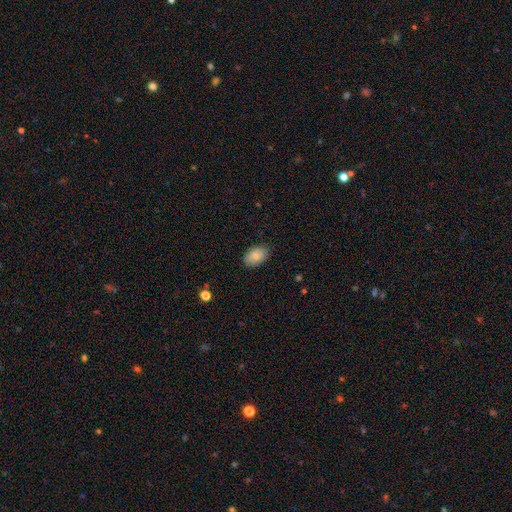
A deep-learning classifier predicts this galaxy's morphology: Smooth or featured: smooth — 82% (featured or disk — 10%)
How rounded: in between — 89% (round — 10%)
Merging: none — 84% (minor disturbance — 12%)